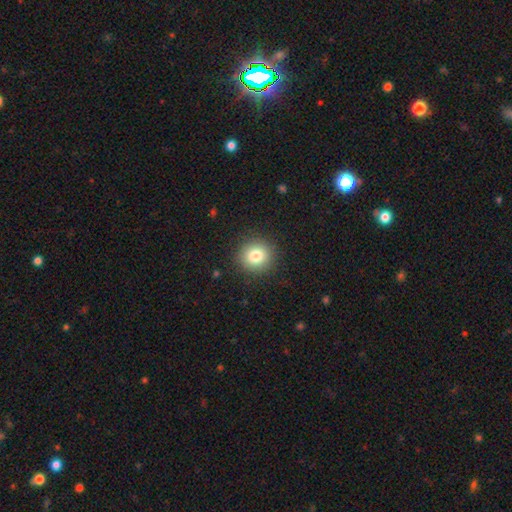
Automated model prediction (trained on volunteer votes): Overall: smooth (82%). How rounded: round (92%). Merging: none (90%).